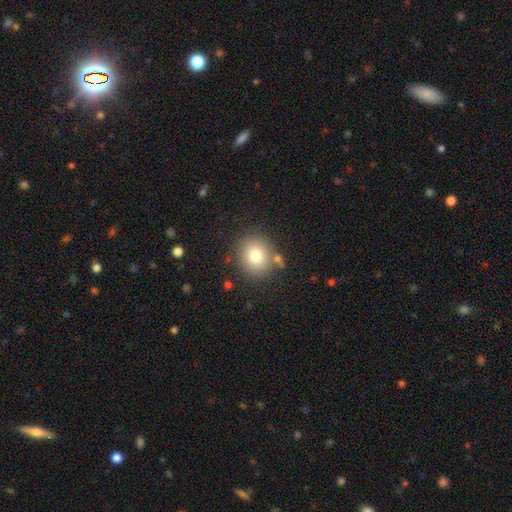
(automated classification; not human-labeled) smooth_or_featured: smooth (p=0.78) [alt: featured or disk p=0.11]
how_rounded: round (p=0.76) [alt: in between p=0.23]
merging: none (p=0.78) [alt: minor disturbance p=0.12]